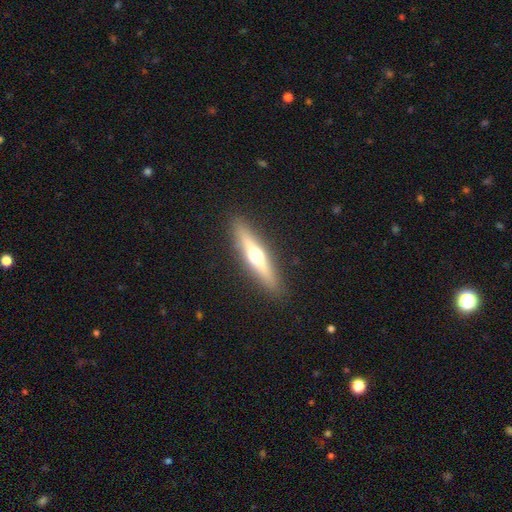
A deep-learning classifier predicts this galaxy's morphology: Smooth or featured?
  - featured or disk: 60% *
  - smooth: 33%
  - star or artifact: 7%
Edge-on disk?
  - yes: 94% *
  - no: 6%
Edge-on bulge?
  - rounded: 94% *
  - none: 4%
  - boxy: 3%
Merging?
  - none: 90% *
  - minor disturbance: 7%
  - major disturbance: 2%
  - merger: 1%